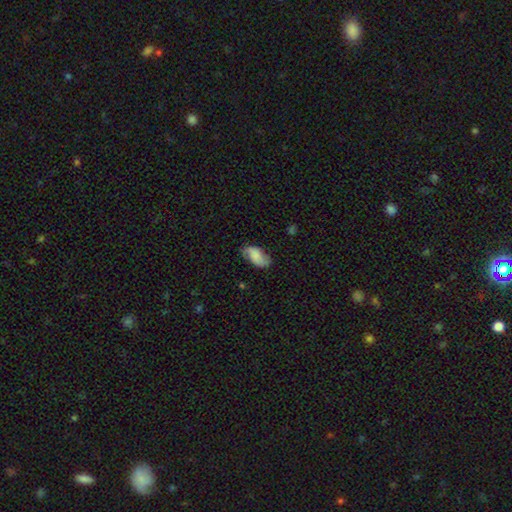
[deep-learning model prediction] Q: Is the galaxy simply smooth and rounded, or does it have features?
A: smooth — 64%.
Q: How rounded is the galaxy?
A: in between — 94%.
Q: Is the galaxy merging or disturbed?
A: none — 63%.